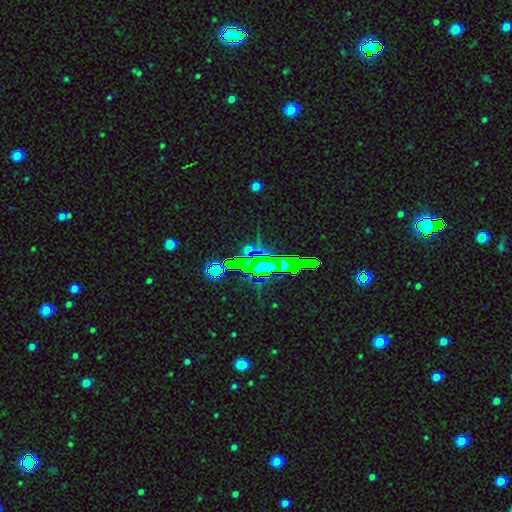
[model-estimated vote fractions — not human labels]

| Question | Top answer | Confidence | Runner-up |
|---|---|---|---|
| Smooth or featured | star or artifact | 76% | featured or disk (12%) |